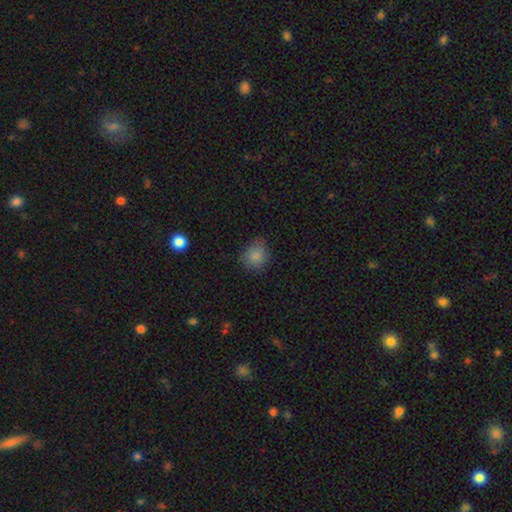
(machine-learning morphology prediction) Overall: smooth (83%). How rounded: round (77%). Merging: none (72%).